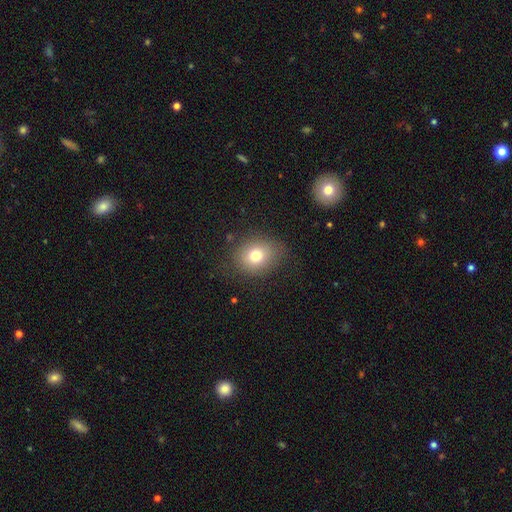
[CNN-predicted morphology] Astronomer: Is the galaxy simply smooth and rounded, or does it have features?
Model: smooth — 76%.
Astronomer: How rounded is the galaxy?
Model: round — 56% (runner-up: in between, 43%).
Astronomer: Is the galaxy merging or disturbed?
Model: none — 79%.